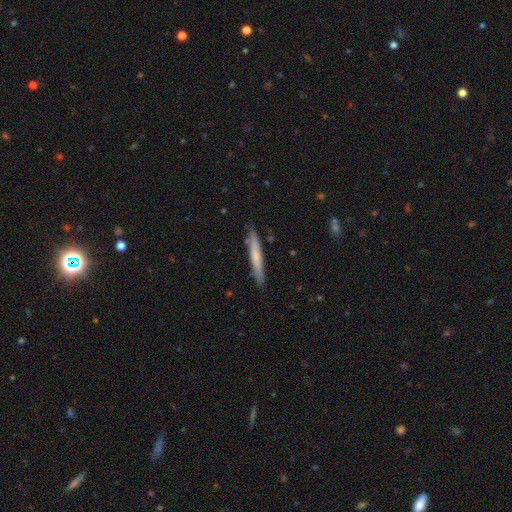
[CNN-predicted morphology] smooth-or-featured: smooth: 57% | featured or disk: 37% | star or artifact: 6%
  how-rounded: cigar-shaped: 95% | in between: 4% | round: 1%
  merging: none: 84% | minor disturbance: 13% | major disturbance: 2% | merger: 2%